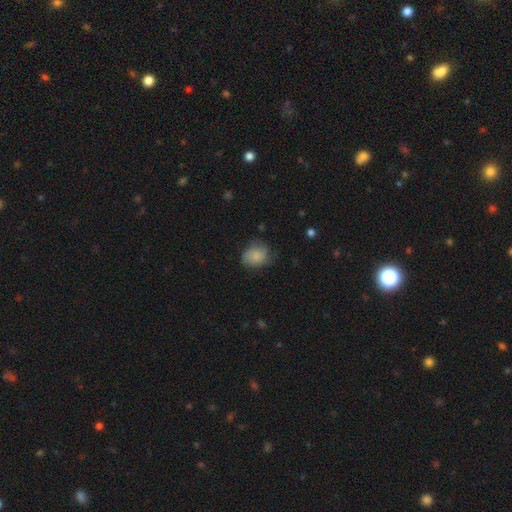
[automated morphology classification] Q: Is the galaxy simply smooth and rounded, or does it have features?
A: smooth — 78%.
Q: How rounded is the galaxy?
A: round — 57%.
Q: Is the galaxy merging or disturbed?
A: none — 59%.